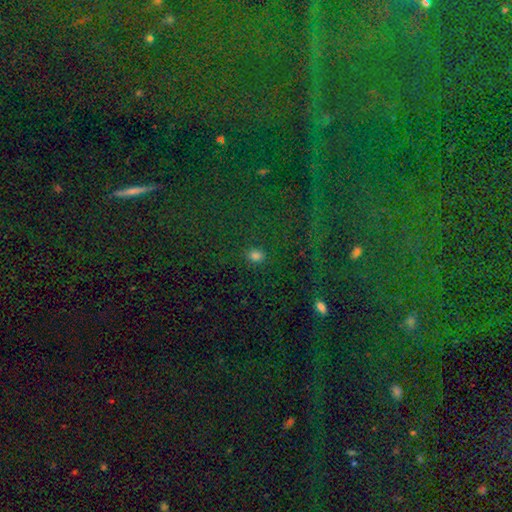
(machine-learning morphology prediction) smooth_or_featured: smooth (p=0.78) [alt: star or artifact p=0.18]
how_rounded: round (p=0.62) [alt: in between p=0.37]
merging: none (p=0.87) [alt: minor disturbance p=0.09]